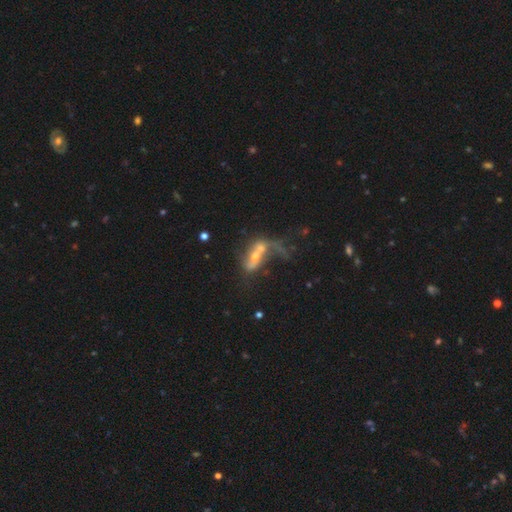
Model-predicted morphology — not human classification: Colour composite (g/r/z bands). It shows a featured or disk galaxy (59%). Merging: merger (52%).